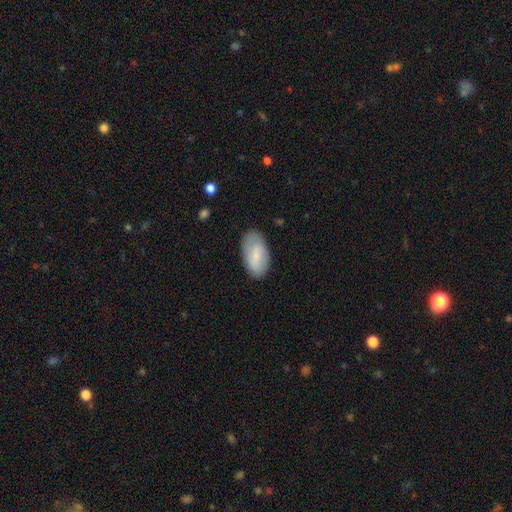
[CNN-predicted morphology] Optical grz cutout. It shows a smooth galaxy with no disk features (72%) that is in between round and cigar-shaped (94%). Merging: none (81%).